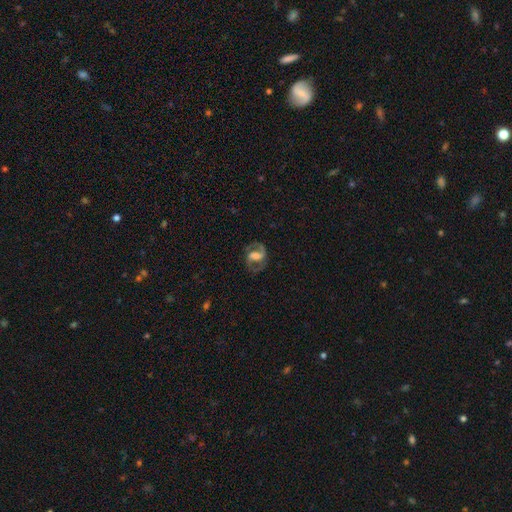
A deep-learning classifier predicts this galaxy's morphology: This is likely a featured or disk galaxy (79%). It is clearly not viewed edge-on (97%). Bar: marginally weak (41%). Spiral arm pattern: clearly yes (92%). Spiral arm count: clearly 2 (89%). Spiral winding: possibly medium (56%). Central bulge: marginally moderate (31%, tied with large). Merging: likely none (73%).